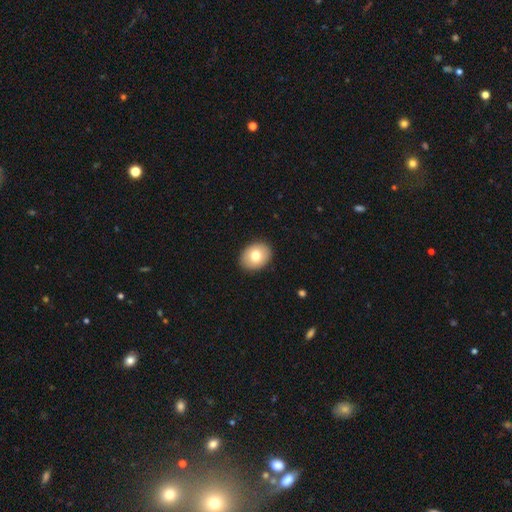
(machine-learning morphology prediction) Smooth or featured?
  - smooth: 76% *
  - featured or disk: 16%
  - star or artifact: 8%
How rounded?
  - in between: 57% *
  - round: 42%
  - cigar-shaped: 1%
Merging?
  - none: 90% *
  - minor disturbance: 7%
  - major disturbance: 2%
  - merger: 1%